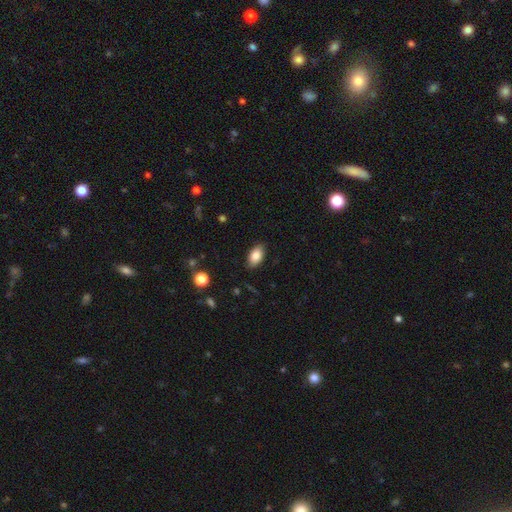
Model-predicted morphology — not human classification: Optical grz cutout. It shows a smooth galaxy with no disk features (84%) that is in between round and cigar-shaped (92%). Merging: none (86%).